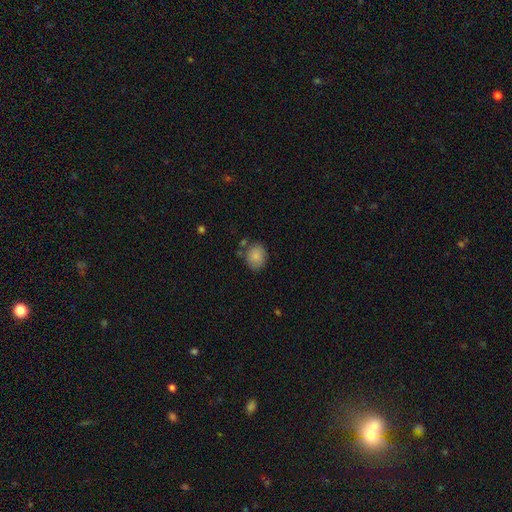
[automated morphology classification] smooth 86%, star or artifact 8%, featured or disk 6%. Down the decision tree: how rounded — round (64%); merging — none (73%).